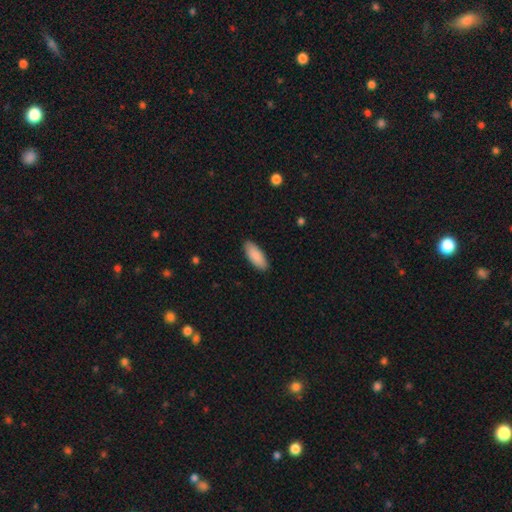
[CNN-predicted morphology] smooth-or-featured: smooth: 90% | star or artifact: 5% | featured or disk: 5%
  how-rounded: in between: 79% | cigar-shaped: 19% | round: 2%
  merging: none: 89% | minor disturbance: 8% | major disturbance: 2% | merger: 1%